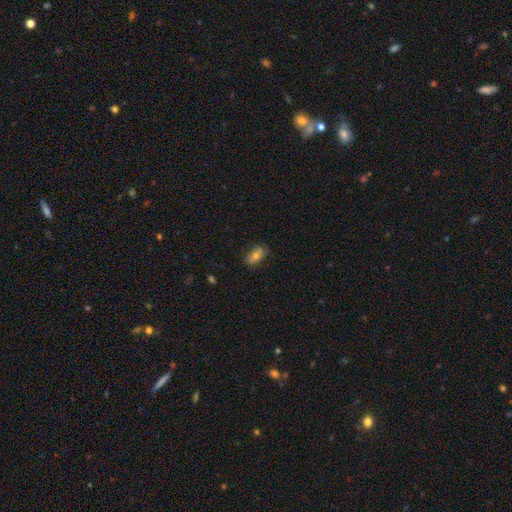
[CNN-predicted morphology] This is likely a smooth galaxy (67%). How rounded: clearly in between (85%). Merging: likely none (78%).